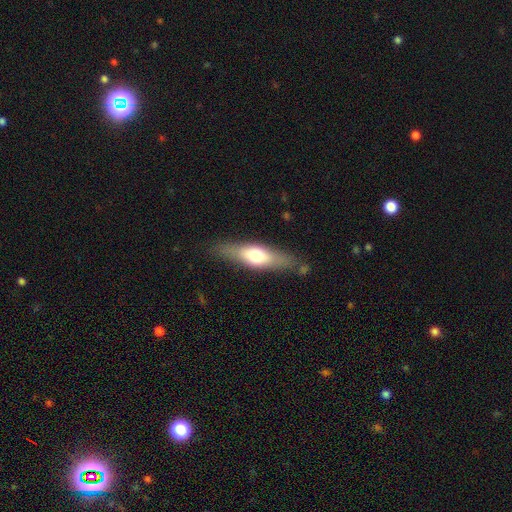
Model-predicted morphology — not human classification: Smooth or featured? smooth (54%)
How rounded? cigar-shaped (55%)
Merging? none (81%)